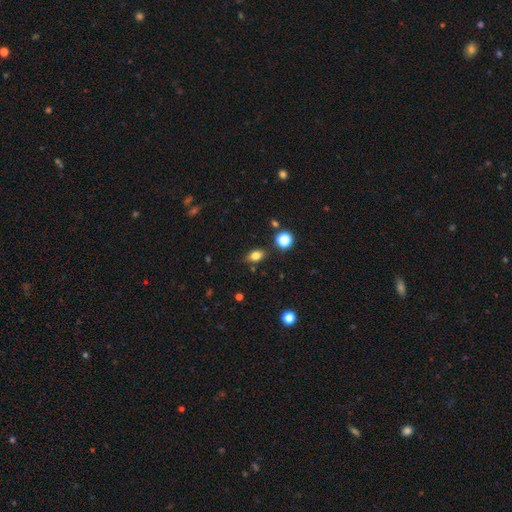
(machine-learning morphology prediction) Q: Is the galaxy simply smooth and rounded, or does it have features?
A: smooth — 80%.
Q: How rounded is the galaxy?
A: in between — 77%.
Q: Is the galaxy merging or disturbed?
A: none — 82%.